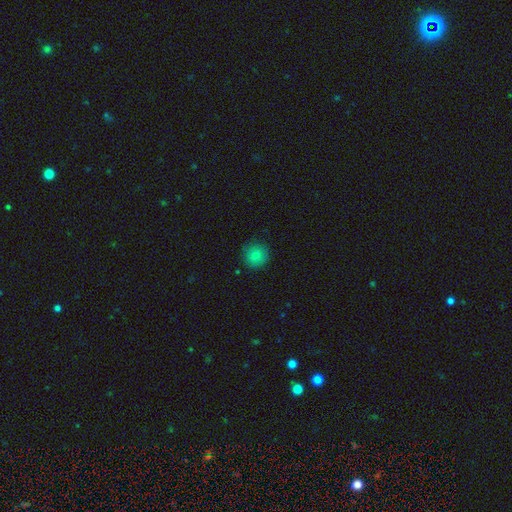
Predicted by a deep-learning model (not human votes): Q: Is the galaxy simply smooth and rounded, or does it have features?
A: smooth — 81%.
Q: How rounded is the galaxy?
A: round — 93%.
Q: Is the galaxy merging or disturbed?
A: none — 87%.